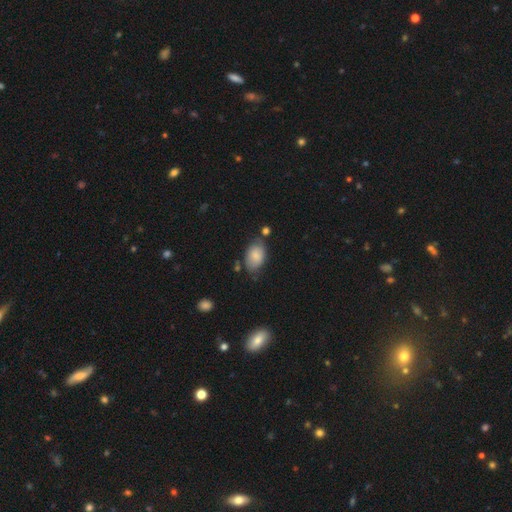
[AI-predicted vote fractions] smooth_or_featured: smooth (p=0.79) [alt: featured or disk p=0.13]
how_rounded: in between (p=0.90) [alt: round p=0.08]
merging: none (p=0.63) [alt: minor disturbance p=0.24]